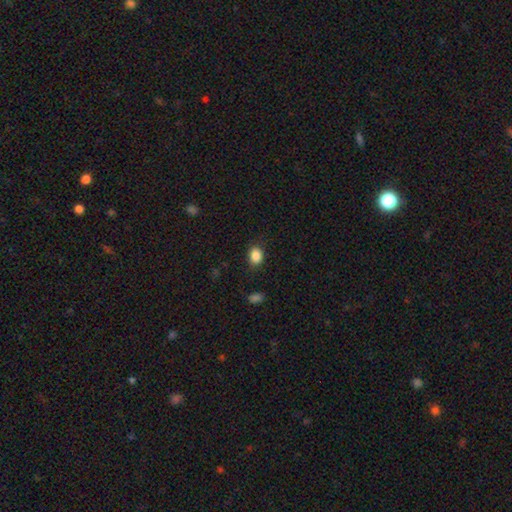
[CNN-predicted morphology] Overall: smooth (87%). How rounded: in between (57%; round 42%). Merging: none (83%).